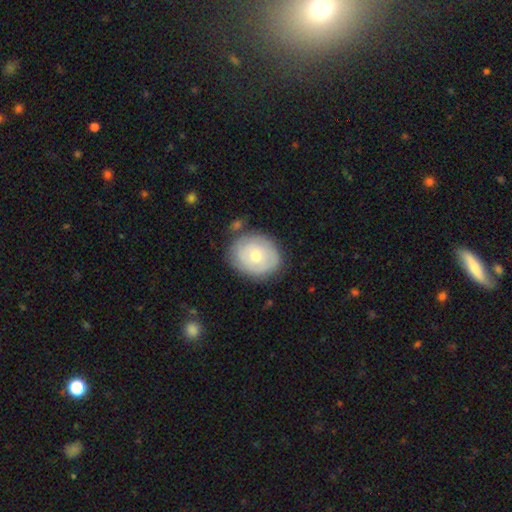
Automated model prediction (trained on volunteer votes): Smooth or featured? Predicted: smooth (p=0.57). How rounded? Predicted: round (p=0.63). Merging? Predicted: none (p=0.77).